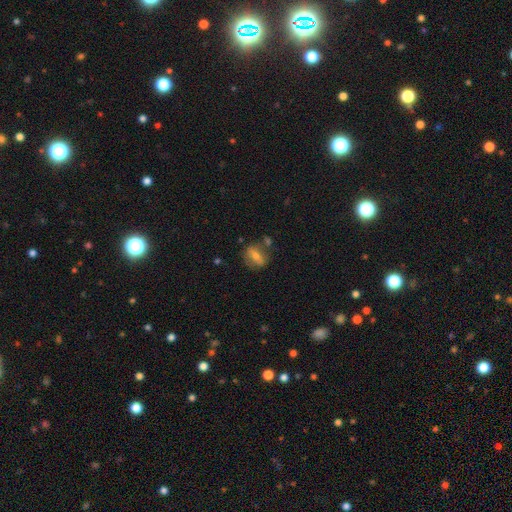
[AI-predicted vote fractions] smooth_or_featured: smooth (p=0.54) [alt: featured or disk p=0.34]
how_rounded: in between (p=0.56) [alt: round p=0.32]
merging: none (p=0.70) [alt: minor disturbance p=0.16]